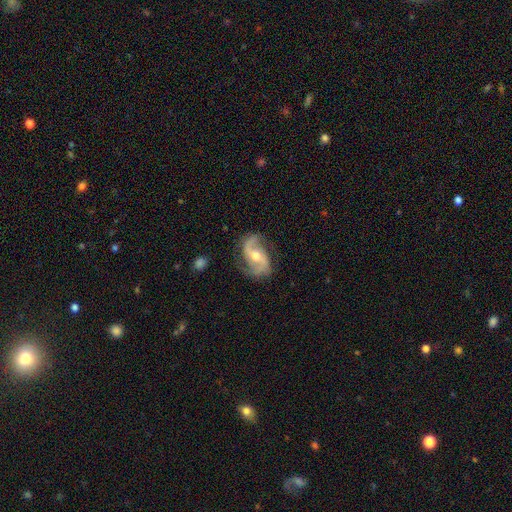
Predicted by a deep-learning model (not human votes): smooth-or-featured: featured or disk: 89% | smooth: 6% | star or artifact: 5%
  disk-edge-on: no: 97% | yes: 3%
    bar: no: 43% | weak: 40% | strong: 17%
    has-spiral-arms: yes: 97% | no: 3%
      spiral-winding: loose: 47% | medium: 42% | tight: 12%
      spiral-arm-count: 2: 92% | can't tell: 2% | 1: 2% | 3: 2% | 4: 1% | more than 4: 1%
    bulge-size: moderate: 69% | small: 25% | large: 4% | none: 1% | dominant: 1%
  merging: none: 75% | minor disturbance: 17% | major disturbance: 7% | merger: 1%